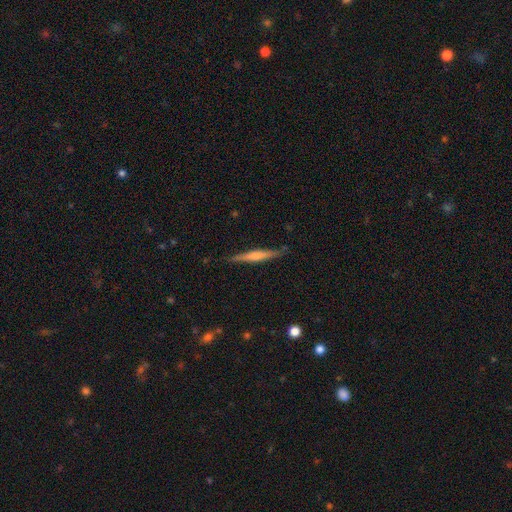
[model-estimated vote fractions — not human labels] smooth-or-featured: featured or disk: 48% | smooth: 46% | star or artifact: 6%
  merging: none: 86% | minor disturbance: 10% | major disturbance: 2% | merger: 1%